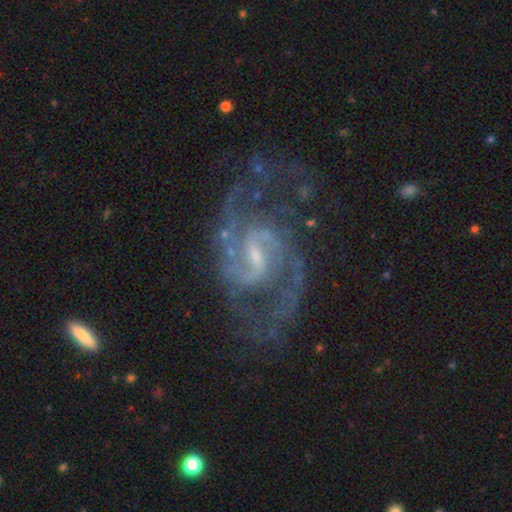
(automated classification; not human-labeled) featured or disk 92%, star or artifact 5%, smooth 3%. Down the decision tree: edge-on disk — no (98%); bar — weak (62%); spiral arms — yes (98%); spiral arm count — 2 (84%); spiral winding — medium (61%); bulge size — small (61%); merging — none (67%).